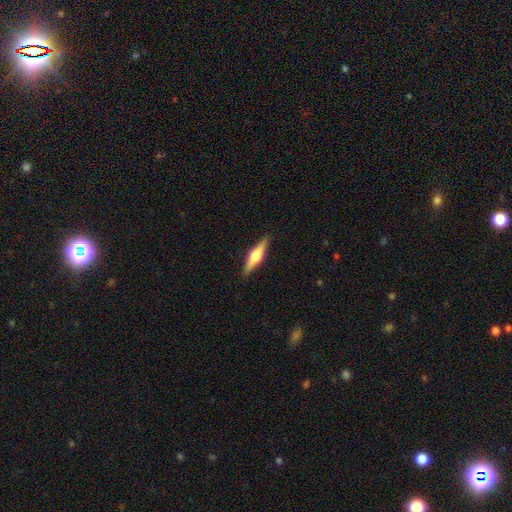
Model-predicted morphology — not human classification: A featured or disk galaxy (62%) viewed edge-on (97%) with a rounded central bulge (93%).

Vote fractions:
- Smooth or featured? featured or disk: 62% / smooth: 32% / star or artifact: 5%
- Edge-on disk? yes: 97% / no: 3%
- Edge-on bulge? rounded: 93% / boxy: 5% / none: 2%
- Merging? none: 90% / minor disturbance: 7% / major disturbance: 2% / merger: 1%